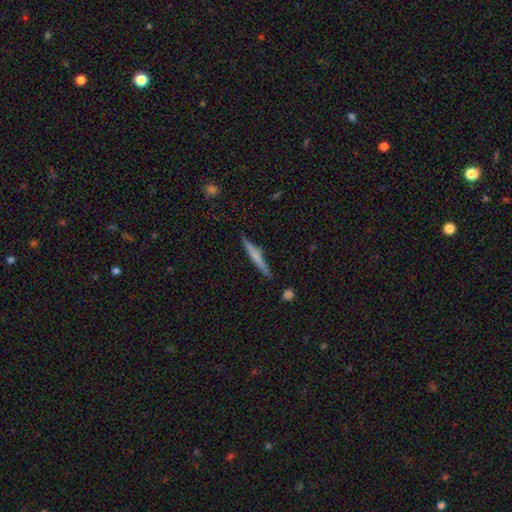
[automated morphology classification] Smooth or featured: smooth — 54% (featured or disk — 40%)
How rounded: cigar-shaped — 95% (in between — 4%)
Merging: none — 88% (minor disturbance — 9%)